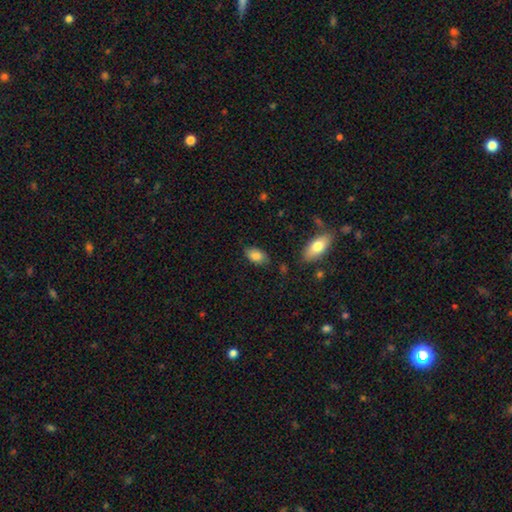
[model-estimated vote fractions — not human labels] Smooth or featured? Predicted: smooth (p=0.85). How rounded? Predicted: in between (p=0.92). Merging? Predicted: none (p=0.79).